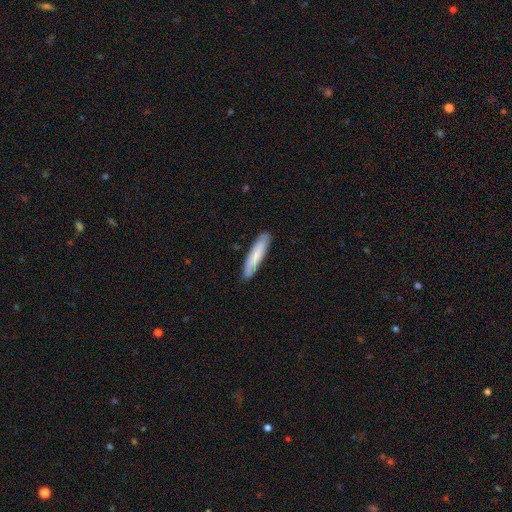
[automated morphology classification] smooth 75%, featured or disk 19%, star or artifact 5%. Down the decision tree: how rounded — cigar-shaped (84%); merging — none (86%).